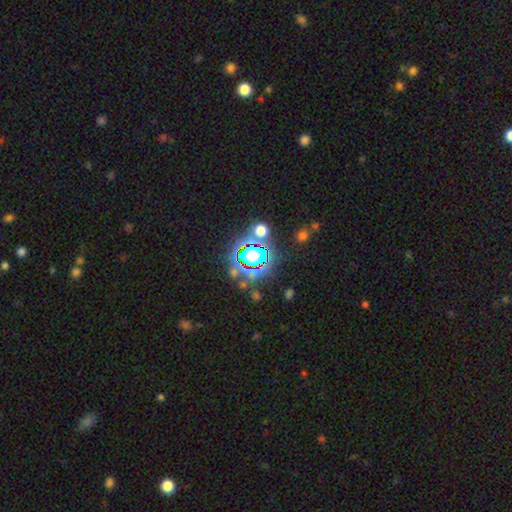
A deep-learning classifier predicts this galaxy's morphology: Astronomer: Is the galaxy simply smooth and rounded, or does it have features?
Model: star or artifact — 82%.